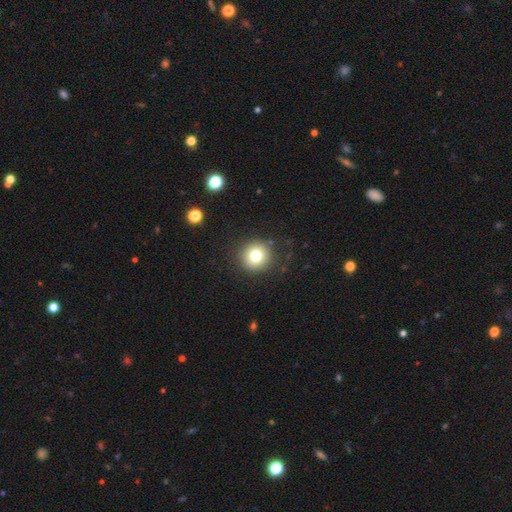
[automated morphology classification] smooth_or_featured: smooth (p=0.77) [alt: star or artifact p=0.12]
how_rounded: round (p=0.94) [alt: in between p=0.05]
merging: none (p=0.88) [alt: minor disturbance p=0.07]